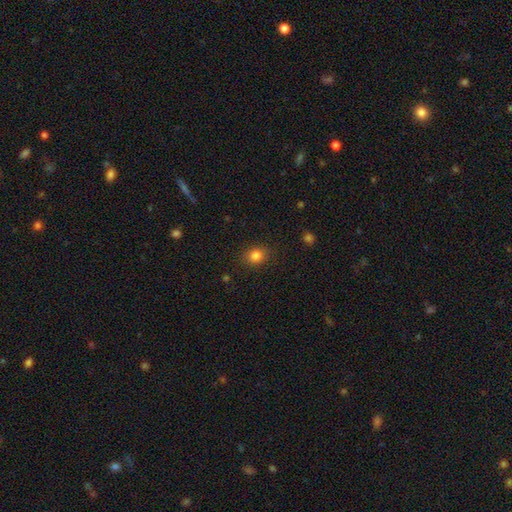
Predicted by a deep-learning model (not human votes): Smooth or featured?
  - smooth: 83% *
  - star or artifact: 12%
  - featured or disk: 6%
How rounded?
  - round: 58% *
  - in between: 41%
  - cigar-shaped: 1%
Merging?
  - none: 87% *
  - minor disturbance: 9%
  - major disturbance: 3%
  - merger: 1%